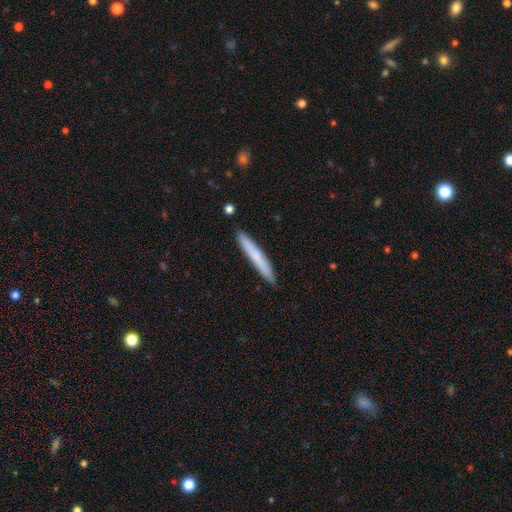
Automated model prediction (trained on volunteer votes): This appears to be a smooth galaxy with no disk features (68%) that is cigar-shaped (96%). Merging: none (89%).